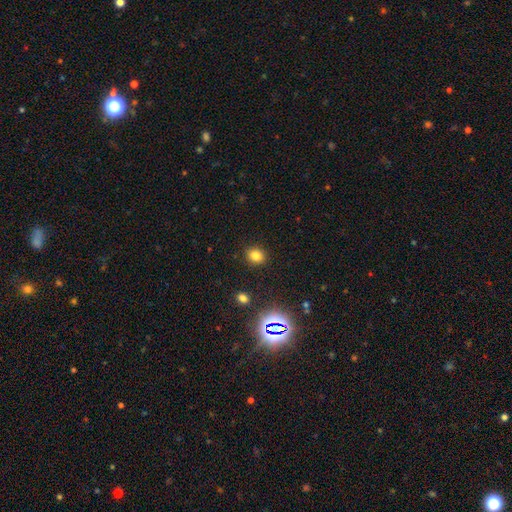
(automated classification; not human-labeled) This appears to be a smooth galaxy with no disk features (79%) that is round (67%). Merging: none (90%).